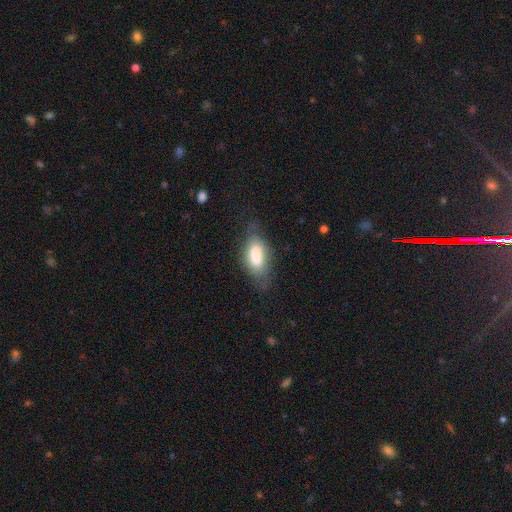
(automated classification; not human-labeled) A smooth galaxy with no disk features (78%) that is in between round and cigar-shaped (88%).

Vote fractions:
- Smooth or featured? smooth: 78% / featured or disk: 15% / star or artifact: 7%
- How rounded? in between: 88% / cigar-shaped: 8% / round: 3%
- Merging? none: 63% / minor disturbance: 25% / major disturbance: 11% / merger: 2%